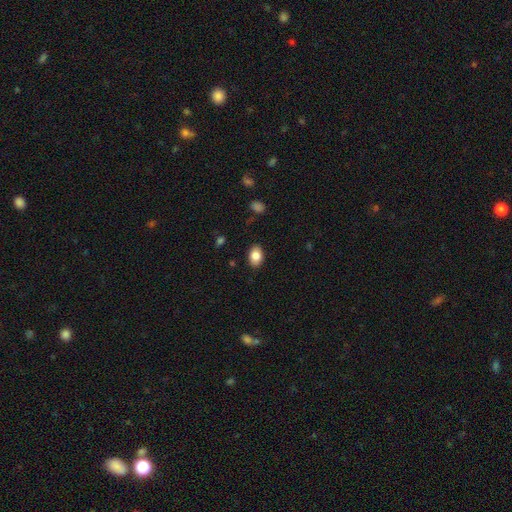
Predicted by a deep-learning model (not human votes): Smooth or featured? smooth (85%)
How rounded? in between (83%)
Merging? none (87%)